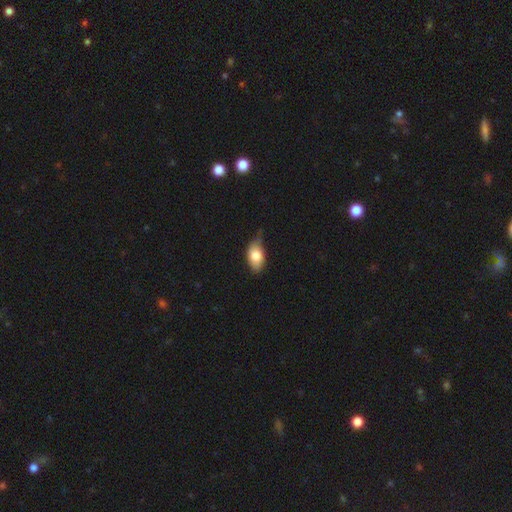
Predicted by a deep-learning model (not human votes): smooth-or-featured: smooth: 77% | featured or disk: 16% | star or artifact: 7%
  how-rounded: in between: 89% | round: 8% | cigar-shaped: 3%
  merging: none: 49% | minor disturbance: 40% | major disturbance: 8% | merger: 2%